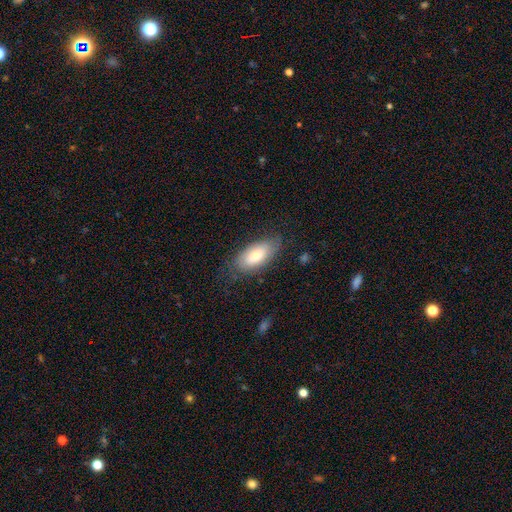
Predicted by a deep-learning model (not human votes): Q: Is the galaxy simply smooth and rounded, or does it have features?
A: smooth — 73%.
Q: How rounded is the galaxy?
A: in between — 91%.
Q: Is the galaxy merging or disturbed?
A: none — 72%.